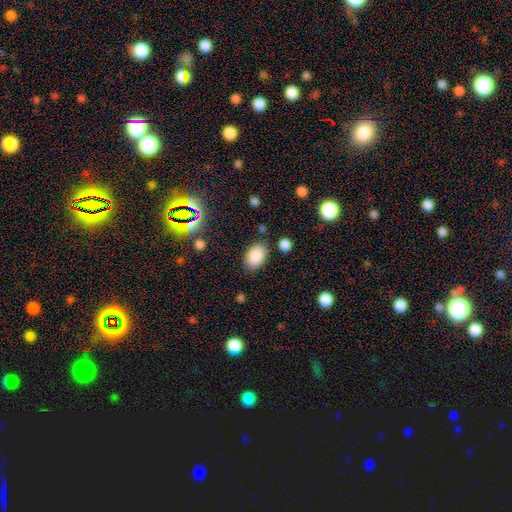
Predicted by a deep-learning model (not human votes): Morphology: type=smooth (87%); roundness=in between (87%); merging=none (82%).